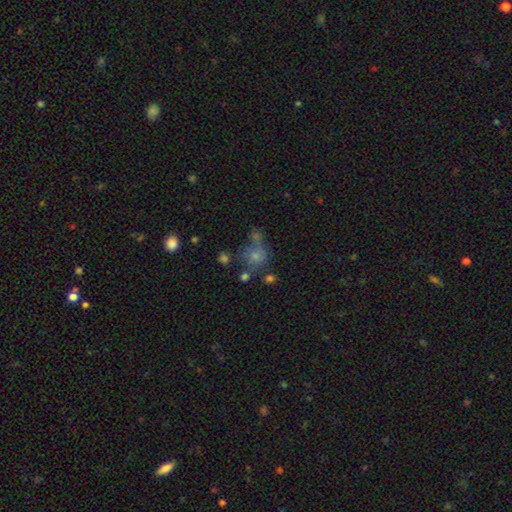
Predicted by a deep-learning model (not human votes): The model was most divided on "merging": none: 38%, merger: 29%, minor disturbance: 17%, major disturbance: 16%. More confident: how rounded — round (72%); smooth or featured — smooth (67%).